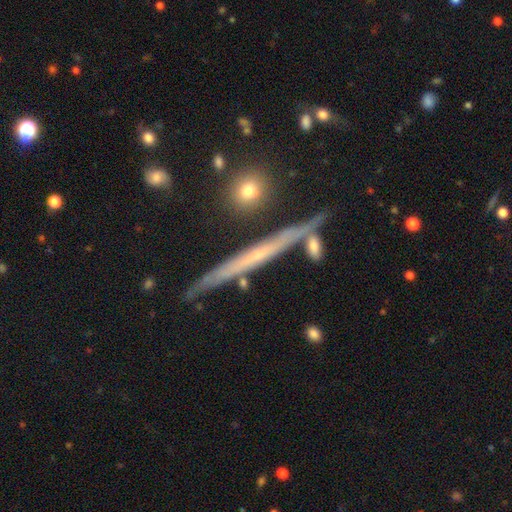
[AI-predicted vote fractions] This is likely a featured or disk galaxy (68%). It is clearly viewed edge-on (95%). Edge-on bulge: likely none (77%). Merging: clearly none (80%).